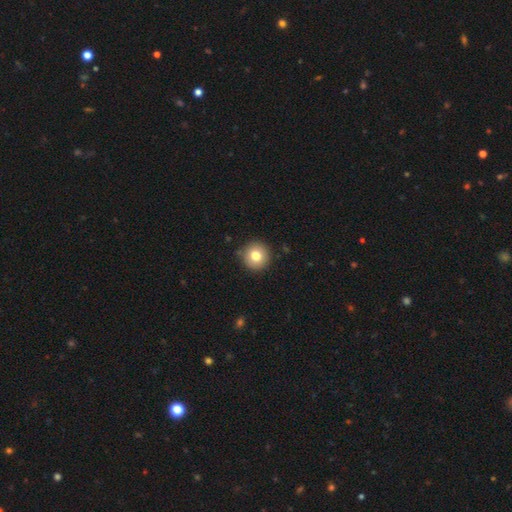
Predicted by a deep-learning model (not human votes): smooth-or-featured: smooth: 79% | featured or disk: 11% | star or artifact: 10%
  how-rounded: round: 94% | in between: 5% | cigar-shaped: 1%
  merging: none: 89% | minor disturbance: 8% | major disturbance: 2% | merger: 1%